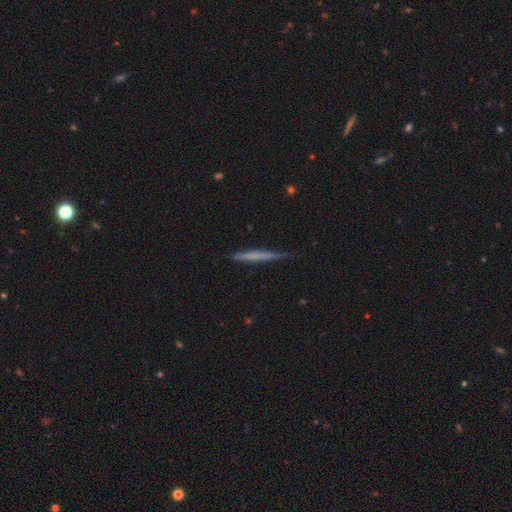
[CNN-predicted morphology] Smooth or featured?
  - smooth: 49% *
  - featured or disk: 45%
  - star or artifact: 6%
Merging?
  - none: 83% *
  - minor disturbance: 13%
  - major disturbance: 2%
  - merger: 1%